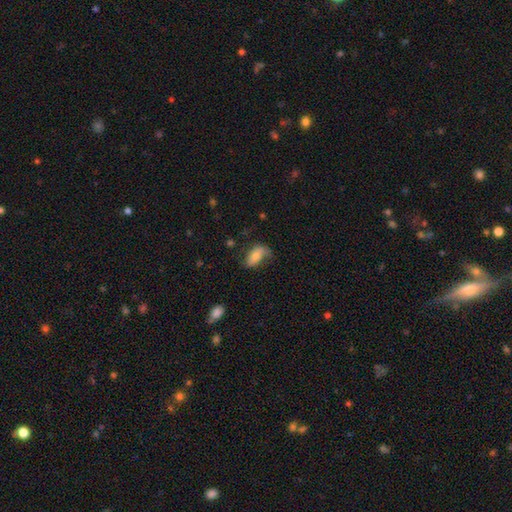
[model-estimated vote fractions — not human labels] This is likely a smooth galaxy (63%). How rounded: clearly in between (88%). Merging: possibly none (47%).